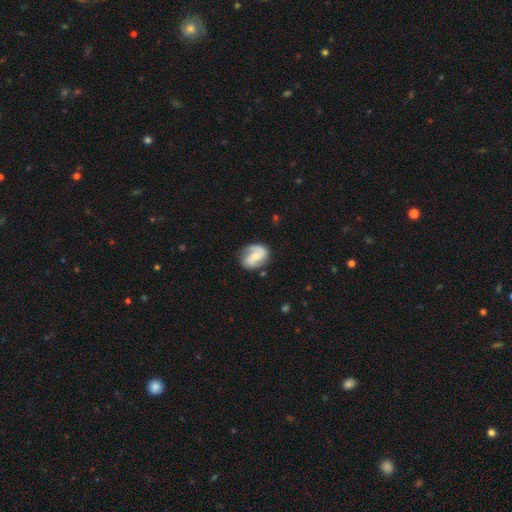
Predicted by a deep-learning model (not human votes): Morphology: type=featured or disk (64%); edge-on=no (97%); bar=no (50%); spiral arms=yes (91%); winding=medium (43%); arm count=2 (72%); bulge=small (43%); merging=none (65%).